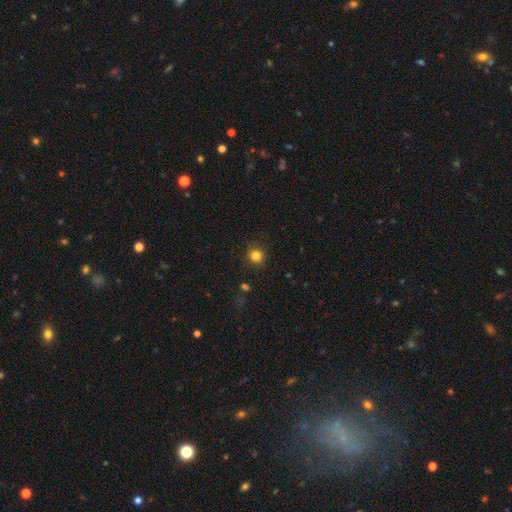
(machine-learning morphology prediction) Smooth or featured?
  - smooth: 83% *
  - star or artifact: 13%
  - featured or disk: 5%
How rounded?
  - round: 90% *
  - in between: 9%
  - cigar-shaped: 1%
Merging?
  - none: 87% *
  - minor disturbance: 8%
  - major disturbance: 3%
  - merger: 1%